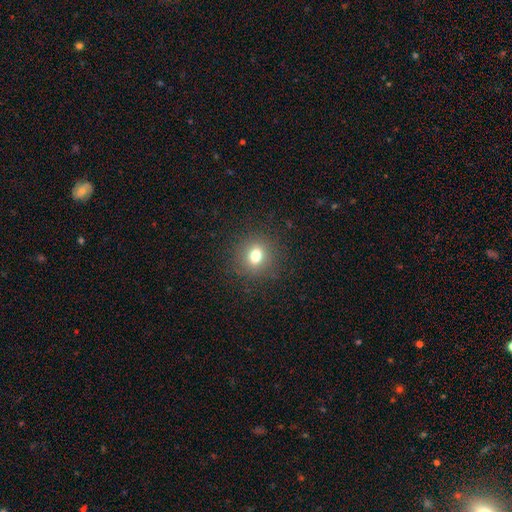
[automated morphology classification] Smooth or featured? Predicted: smooth (p=0.74). How rounded? Predicted: round (p=0.79). Merging? Predicted: none (p=0.88).